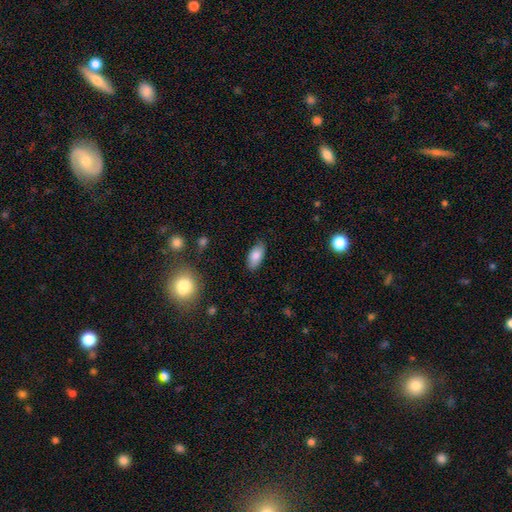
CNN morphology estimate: smooth 84%, featured or disk 9%, star or artifact 7%. Down the decision tree: how rounded — in between (92%); merging — none (83%).